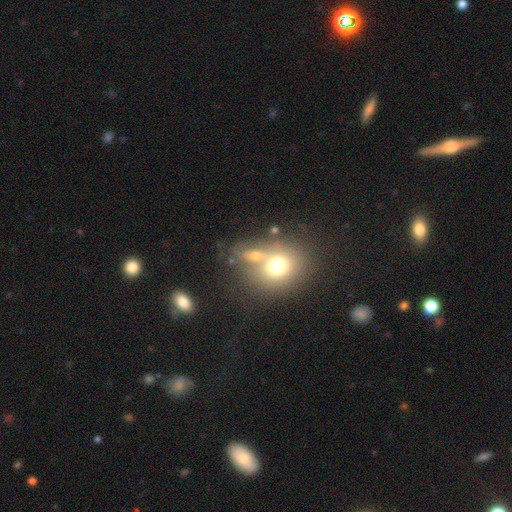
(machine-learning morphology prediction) The model was most divided on "how rounded": round: 55%, in between: 42%, cigar-shaped: 3%. Remaining: smooth or featured — smooth (65%); merging — merger (49%).